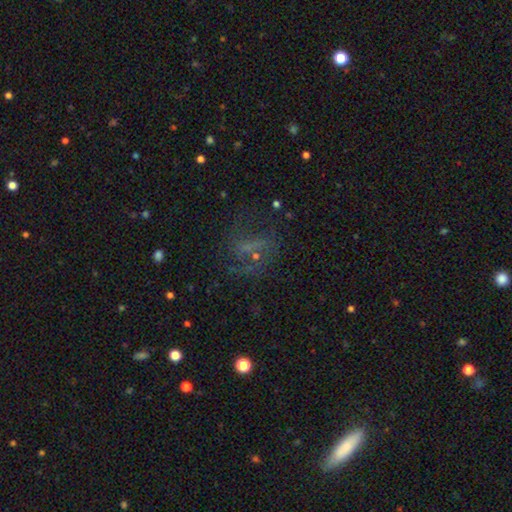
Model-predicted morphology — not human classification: This appears to be a featured or disk galaxy (46%). Merging: none (51%).